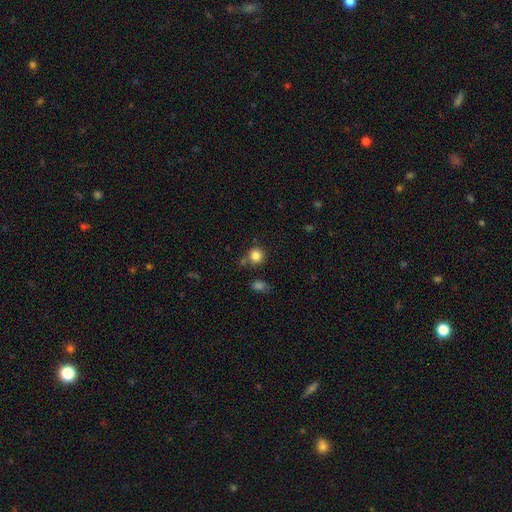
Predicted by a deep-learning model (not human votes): Smooth or featured? Predicted: smooth (p=0.84). How rounded? Predicted: round (p=0.90). Merging? Predicted: none (p=0.76).